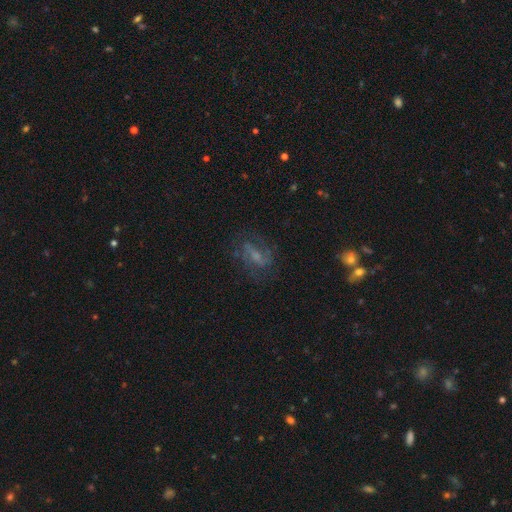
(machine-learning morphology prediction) This is likely a featured or disk galaxy (61%). It is clearly not viewed edge-on (93%). Bar: possibly weak (47%). Spiral arm pattern: clearly yes (82%). Central bulge: marginally small (39%). Merging: likely none (66%).